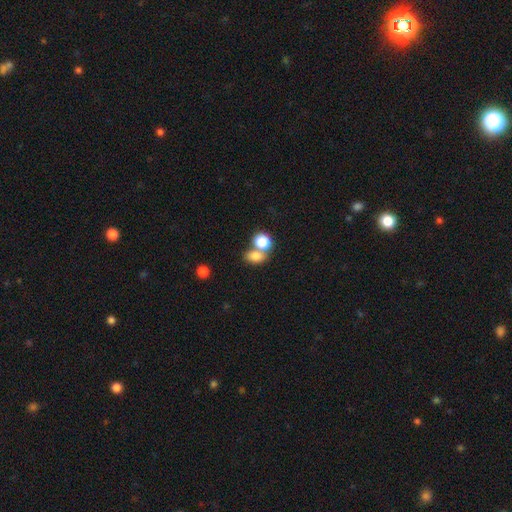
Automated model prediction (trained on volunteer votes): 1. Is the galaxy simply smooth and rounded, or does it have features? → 79% smooth, 11% star or artifact, 10% featured or disk.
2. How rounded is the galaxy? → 57% in between, 42% round, 2% cigar-shaped.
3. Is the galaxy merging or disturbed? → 49% merger, 39% none, 8% minor disturbance, 4% major disturbance.